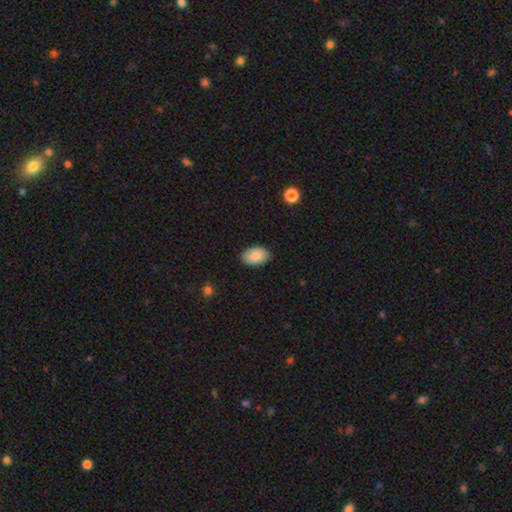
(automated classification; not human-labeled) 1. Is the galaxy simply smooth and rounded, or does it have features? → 88% smooth, 7% star or artifact, 5% featured or disk.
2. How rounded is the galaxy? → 92% in between, 7% round, 1% cigar-shaped.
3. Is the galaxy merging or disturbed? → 86% none, 11% minor disturbance, 2% major disturbance, 1% merger.